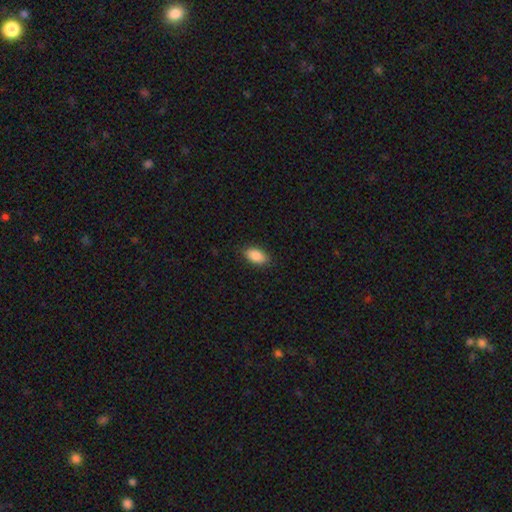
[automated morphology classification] The model was most divided on "merging": none: 87%, minor disturbance: 10%, major disturbance: 2%, merger: 1%. More confident: how rounded — in between (92%); smooth or featured — smooth (87%).